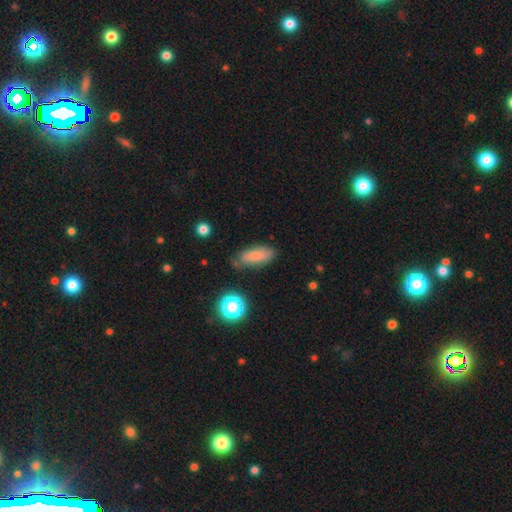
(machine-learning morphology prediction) smooth_or_featured: smooth (p=0.79) [alt: featured or disk p=0.12]
how_rounded: in between (p=0.69) [alt: cigar-shaped p=0.28]
merging: none (p=0.71) [alt: minor disturbance p=0.21]